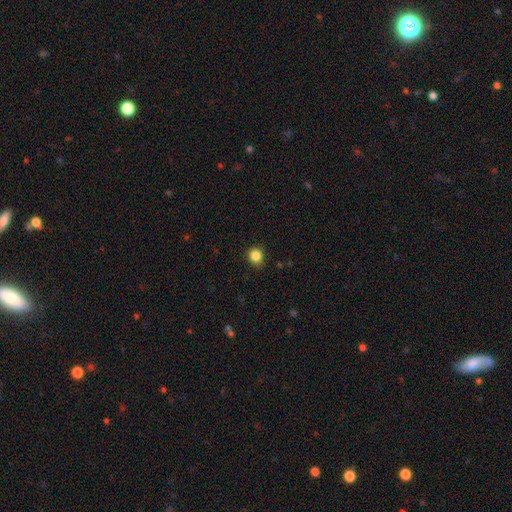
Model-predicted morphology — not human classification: smooth-or-featured: smooth: 85% | star or artifact: 11% | featured or disk: 4%
  how-rounded: round: 83% | in between: 16% | cigar-shaped: 1%
  merging: none: 86% | minor disturbance: 10% | major disturbance: 2% | merger: 1%